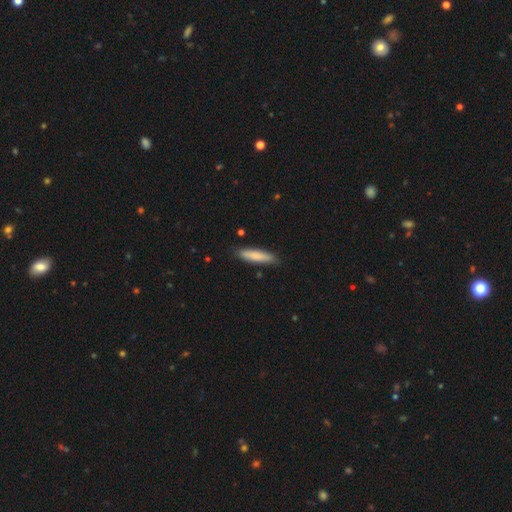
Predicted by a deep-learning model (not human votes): A smooth galaxy with no disk features (82%) that is cigar-shaped (82%). Merging: none (86%).